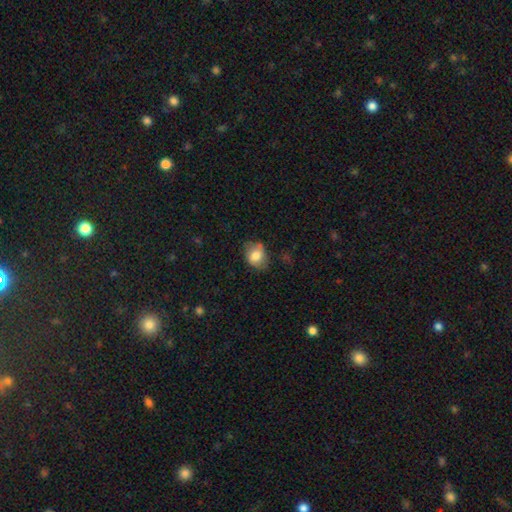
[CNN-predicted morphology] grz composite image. It shows a smooth galaxy with no disk features (76%) that is in between round and cigar-shaped (55%). Merging: none (64%).